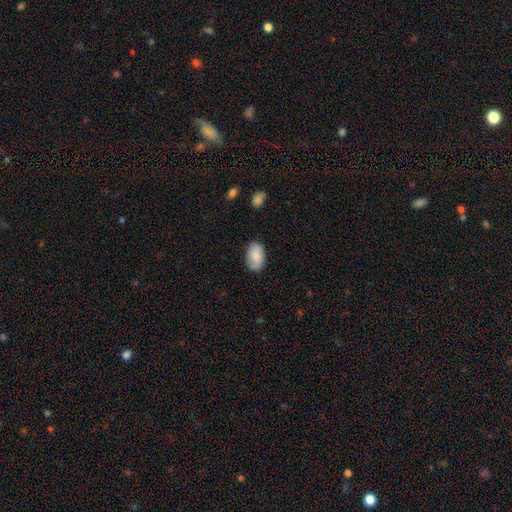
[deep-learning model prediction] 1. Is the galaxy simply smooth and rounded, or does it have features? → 79% smooth, 15% featured or disk, 6% star or artifact.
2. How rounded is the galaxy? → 92% in between, 7% round, 1% cigar-shaped.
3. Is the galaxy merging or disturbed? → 82% none, 14% minor disturbance, 3% major disturbance, 1% merger.